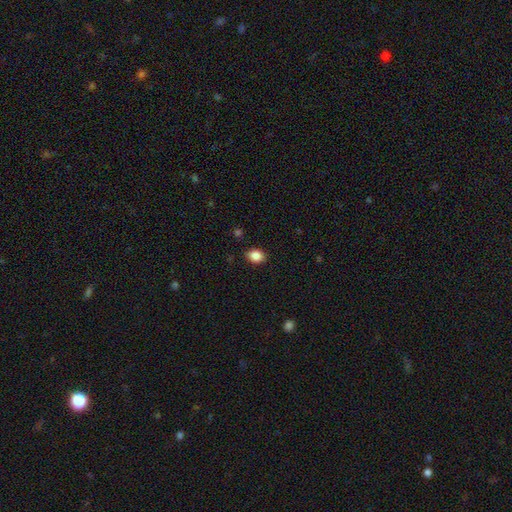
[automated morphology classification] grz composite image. It shows a smooth galaxy with no disk features (87%) that is in between round and cigar-shaped (68%). Merging: none (87%).